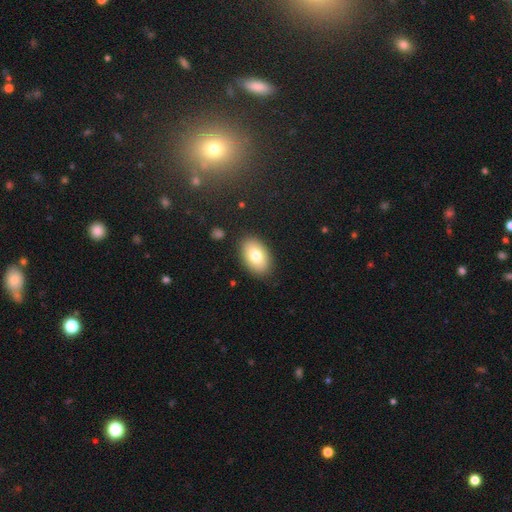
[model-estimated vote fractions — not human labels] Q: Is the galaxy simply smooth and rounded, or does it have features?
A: smooth — 76%.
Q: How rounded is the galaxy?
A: in between — 91%.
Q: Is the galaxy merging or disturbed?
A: none — 87%.